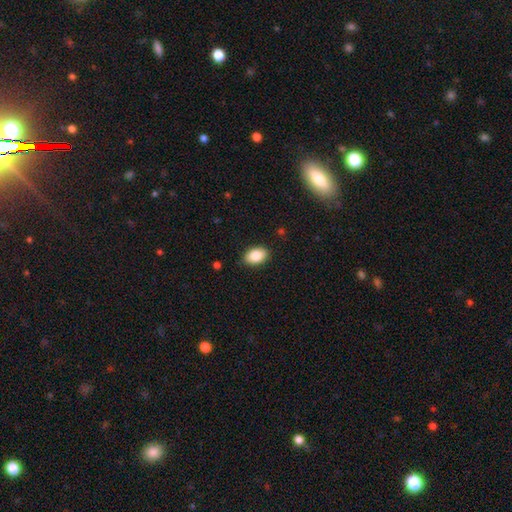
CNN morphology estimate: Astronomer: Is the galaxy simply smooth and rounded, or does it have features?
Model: smooth — 86%.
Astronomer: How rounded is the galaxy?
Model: in between — 88%.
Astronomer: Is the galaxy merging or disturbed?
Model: none — 87%.